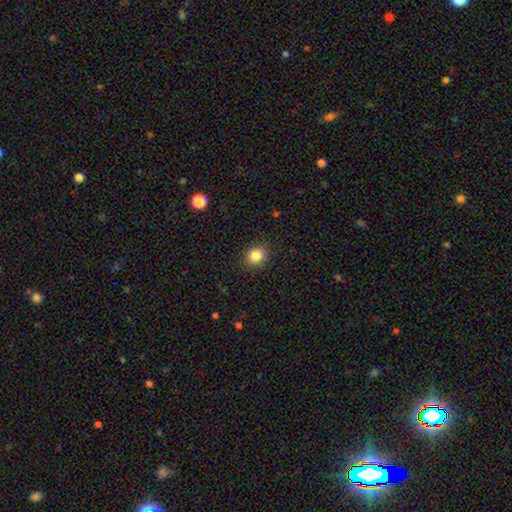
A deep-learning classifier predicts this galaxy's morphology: Smooth or featured?
  - smooth: 85% *
  - star or artifact: 10%
  - featured or disk: 5%
How rounded?
  - round: 55% *
  - in between: 44%
  - cigar-shaped: 1%
Merging?
  - none: 89% *
  - minor disturbance: 8%
  - major disturbance: 2%
  - merger: 1%